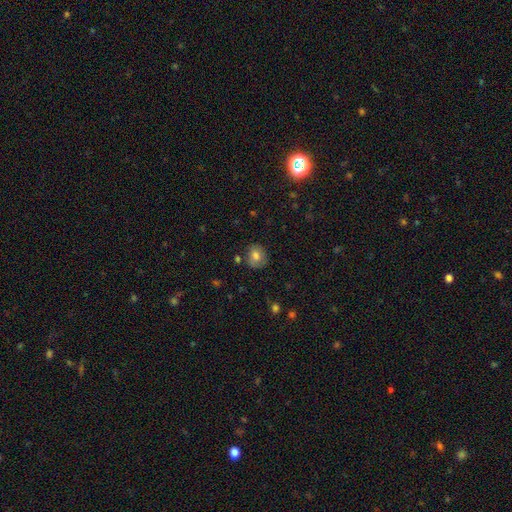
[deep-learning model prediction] Morphology: type=smooth (75%); roundness=round (73%); merging=none (78%).